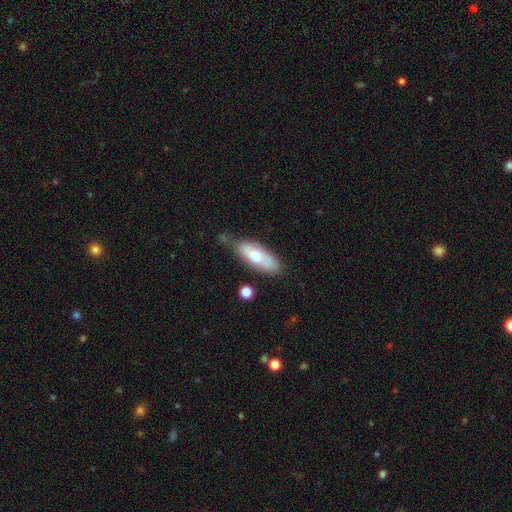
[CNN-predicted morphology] The model was most divided on "merging": none: 60%, minor disturbance: 26%, merger: 7%, major disturbance: 7%. More confident: how rounded — in between (66%); smooth or featured — smooth (64%).